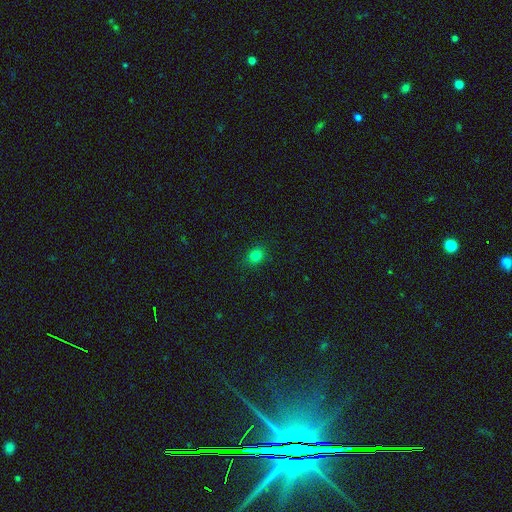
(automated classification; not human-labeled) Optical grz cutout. It shows a smooth galaxy with no disk features (79%) that is round (57%). Merging: none (87%).